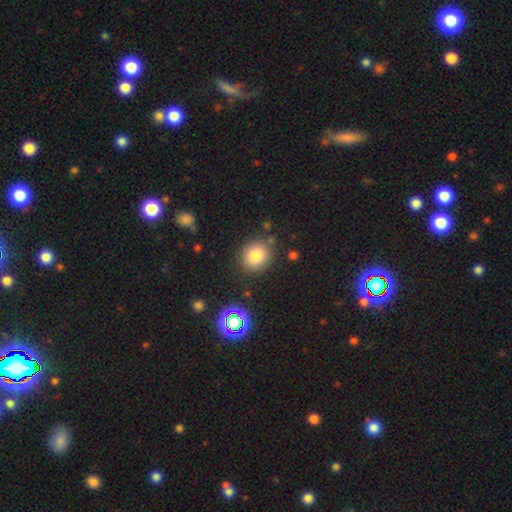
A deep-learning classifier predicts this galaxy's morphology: A smooth galaxy with no disk features (81%) that is round (75%). Merging: none (83%).